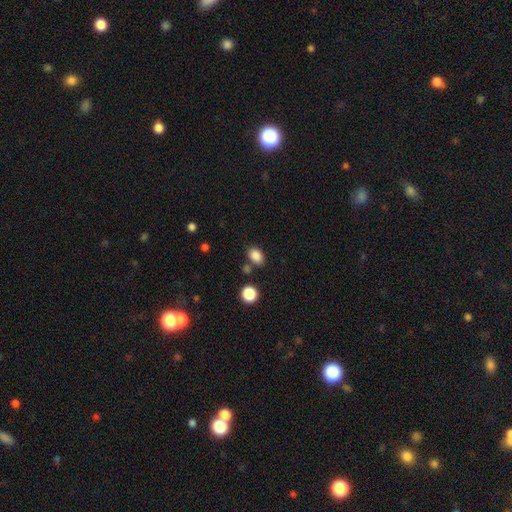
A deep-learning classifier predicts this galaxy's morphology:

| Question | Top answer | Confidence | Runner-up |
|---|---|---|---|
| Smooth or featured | smooth | 85% | star or artifact (10%) |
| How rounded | in between | 72% | round (27%) |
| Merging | none | 76% | minor disturbance (12%) |